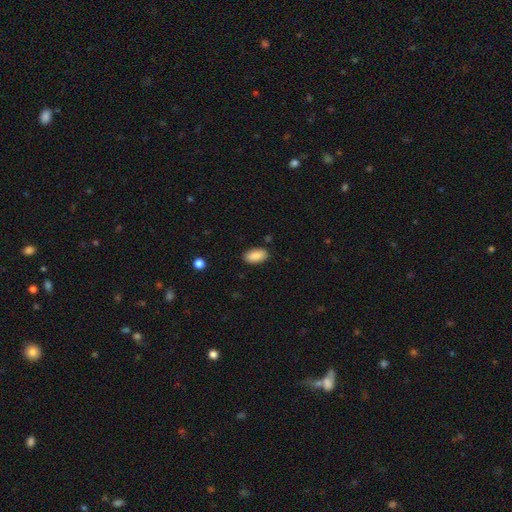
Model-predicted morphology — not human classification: This appears to be a smooth galaxy with no disk features (89%) that is in between round and cigar-shaped (93%). Merging: none (87%).